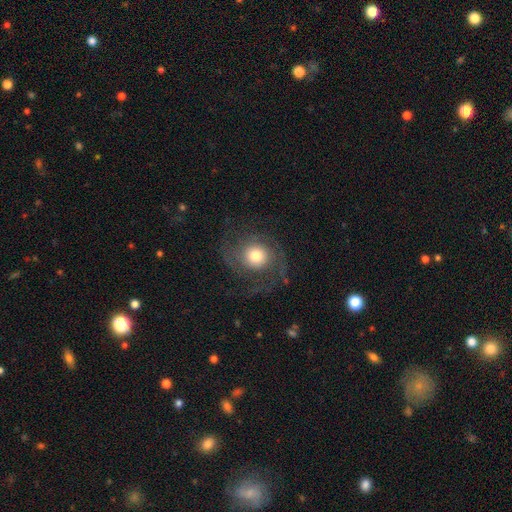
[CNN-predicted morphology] Q: Smooth or featured?
A: featured or disk (63%); runner-up: smooth (29%)
Q: Edge-on disk?
A: no (97%); runner-up: yes (3%)
Q: Bar?
A: no (79%); runner-up: weak (18%)
Q: Spiral arms?
A: yes (88%); runner-up: no (12%)
Q: Spiral winding?
A: medium (46%); runner-up: loose (34%)
Q: Spiral arm count?
A: 2 (66%); runner-up: can't tell (12%)
Q: Bulge size?
A: moderate (52%); runner-up: large (33%)
Q: Merging?
A: none (61%); runner-up: major disturbance (22%)